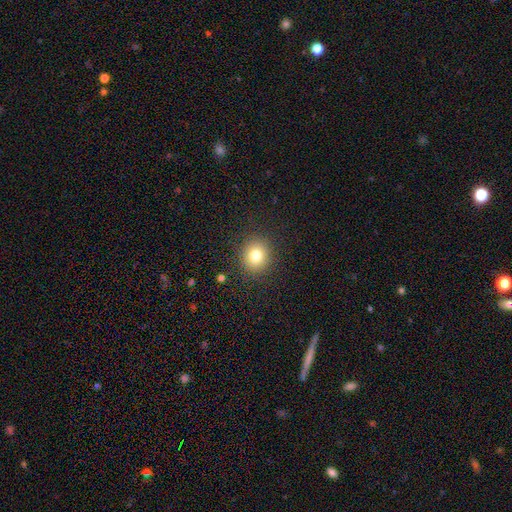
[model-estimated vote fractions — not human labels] smooth 78%, star or artifact 13%, featured or disk 9%. Down the decision tree: how rounded — round (84%); merging — none (89%).